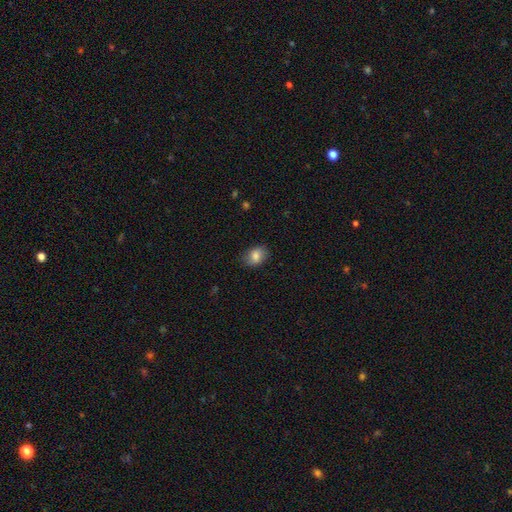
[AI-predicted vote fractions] Q: Smooth or featured?
A: smooth (82%); runner-up: featured or disk (10%)
Q: How rounded?
A: in between (71%); runner-up: round (28%)
Q: Merging?
A: none (81%); runner-up: minor disturbance (15%)